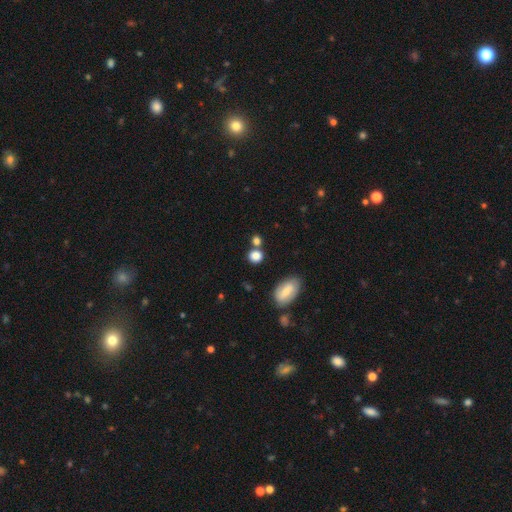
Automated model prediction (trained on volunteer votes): Smooth or featured? smooth (84%)
How rounded? round (79%)
Merging? none (67%)